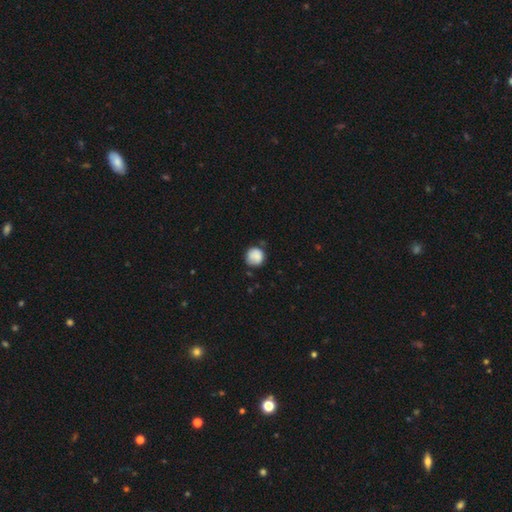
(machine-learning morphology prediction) Smooth or featured?
  - smooth: 84% *
  - star or artifact: 8%
  - featured or disk: 8%
How rounded?
  - round: 91% *
  - in between: 8%
  - cigar-shaped: 1%
Merging?
  - none: 69% *
  - minor disturbance: 22%
  - major disturbance: 5%
  - merger: 3%